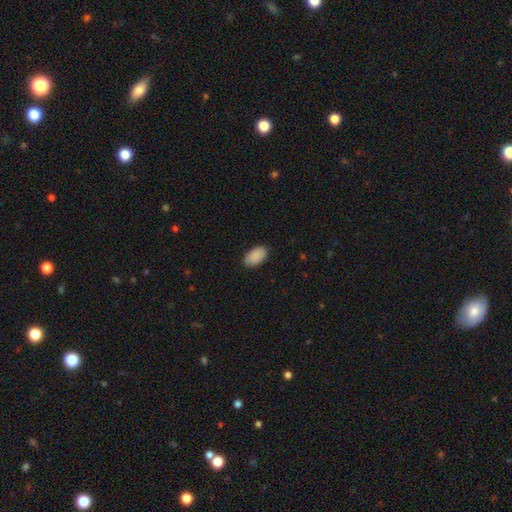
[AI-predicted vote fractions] smooth-or-featured: smooth: 90% | star or artifact: 7% | featured or disk: 3%
  how-rounded: in between: 94% | round: 4% | cigar-shaped: 1%
  merging: none: 86% | minor disturbance: 11% | major disturbance: 2% | merger: 1%